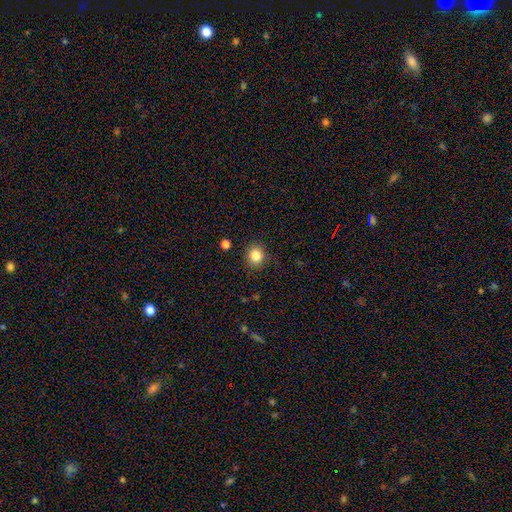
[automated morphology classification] A smooth galaxy with no disk features (84%) that is round (81%).

Vote fractions:
- Smooth or featured? smooth: 84% / star or artifact: 11% / featured or disk: 5%
- How rounded? round: 81% / in between: 18% / cigar-shaped: 1%
- Merging? none: 87% / minor disturbance: 8% / major disturbance: 2% / merger: 2%